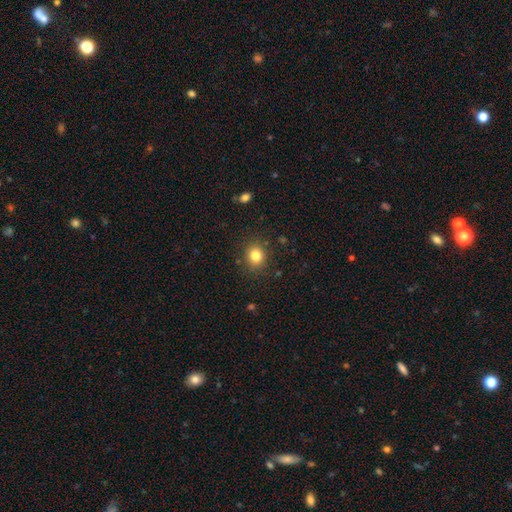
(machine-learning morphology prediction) smooth-or-featured: smooth: 82% | star or artifact: 12% | featured or disk: 6%
  how-rounded: round: 76% | in between: 24% | cigar-shaped: 1%
  merging: none: 87% | minor disturbance: 9% | major disturbance: 3% | merger: 2%